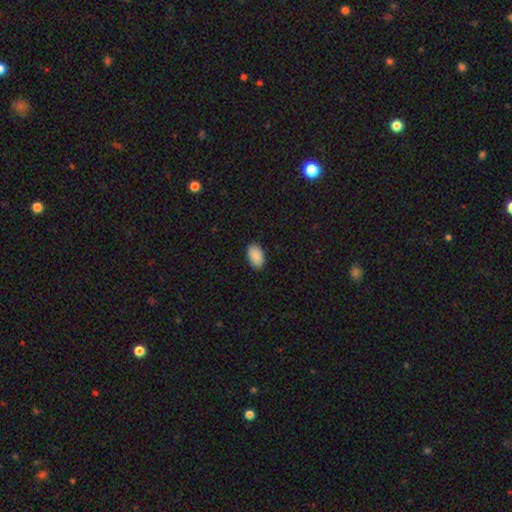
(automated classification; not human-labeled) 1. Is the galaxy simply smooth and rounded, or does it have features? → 91% smooth, 7% star or artifact, 3% featured or disk.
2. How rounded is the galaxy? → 93% in between, 5% round, 1% cigar-shaped.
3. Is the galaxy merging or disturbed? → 89% none, 8% minor disturbance, 2% major disturbance, 1% merger.